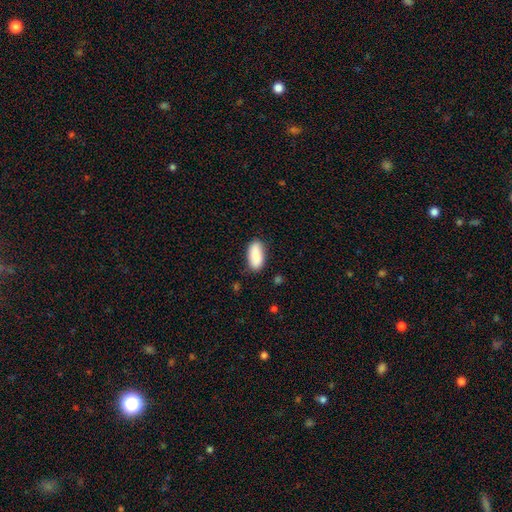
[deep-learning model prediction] Smooth or featured: smooth — 89% (star or artifact — 6%)
How rounded: in between — 88% (cigar-shaped — 9%)
Merging: none — 80% (minor disturbance — 16%)